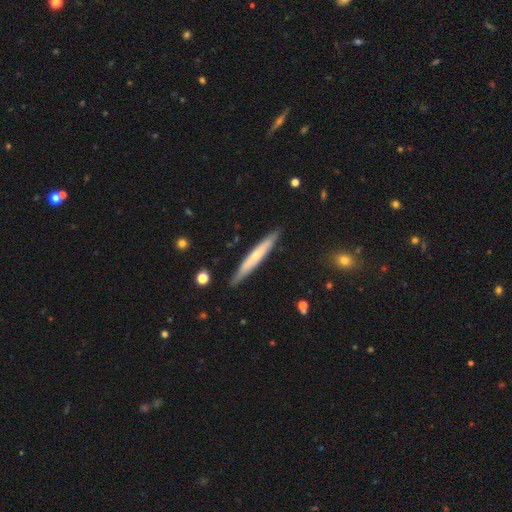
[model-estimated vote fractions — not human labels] Smooth or featured? featured or disk (54%)
Edge-on disk? yes (93%)
Merging? none (89%)